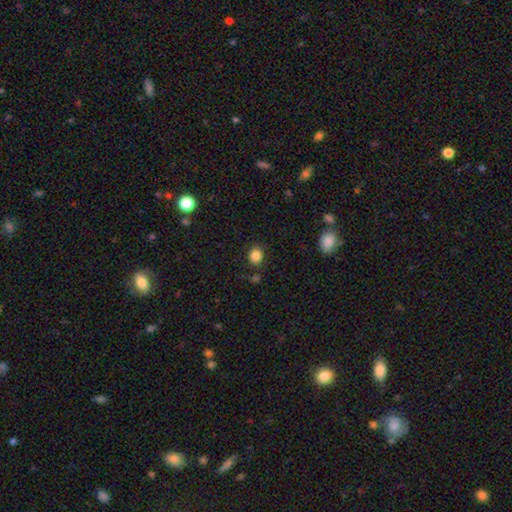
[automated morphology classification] A smooth galaxy with no disk features (85%) that is round (76%). Merging: none (83%).